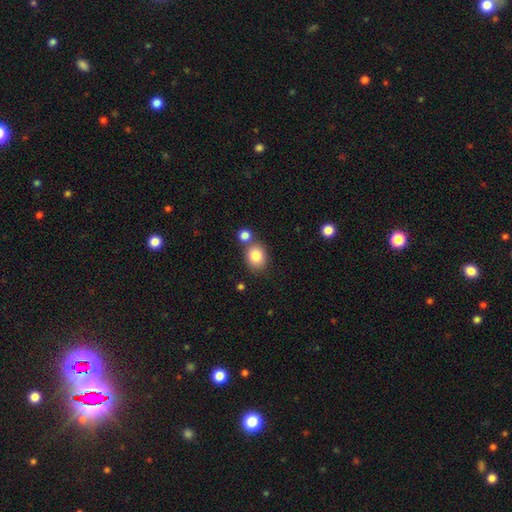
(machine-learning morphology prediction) Q: Smooth or featured?
A: smooth (84%); runner-up: star or artifact (9%)
Q: How rounded?
A: round (51%); runner-up: in between (48%)
Q: Merging?
A: none (61%); runner-up: merger (25%)